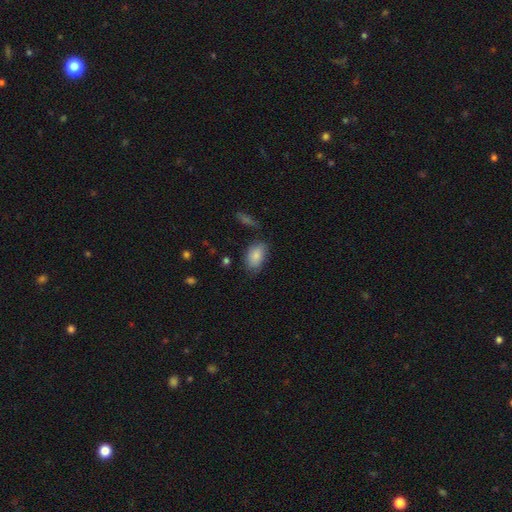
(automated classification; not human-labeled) smooth-or-featured: smooth: 84% | featured or disk: 9% | star or artifact: 7%
  how-rounded: in between: 91% | round: 7% | cigar-shaped: 2%
  merging: none: 70% | minor disturbance: 21% | major disturbance: 5% | merger: 3%